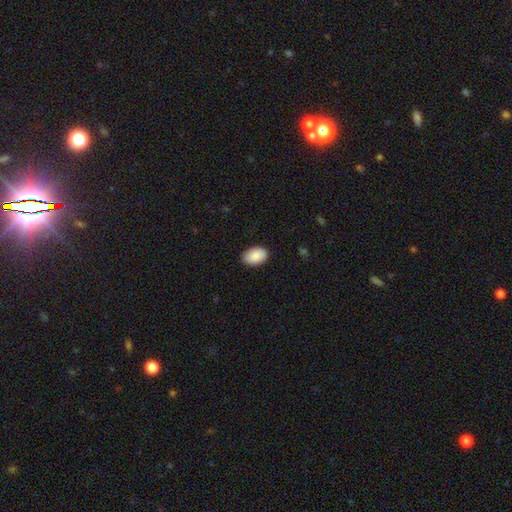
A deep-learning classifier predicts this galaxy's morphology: Smooth or featured? Predicted: smooth (p=0.90). How rounded? Predicted: in between (p=0.92). Merging? Predicted: none (p=0.88).